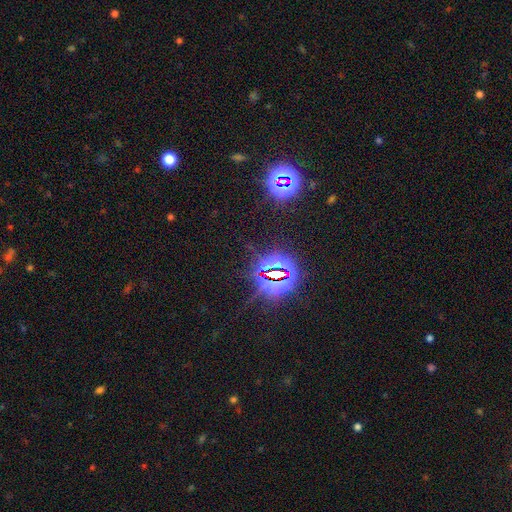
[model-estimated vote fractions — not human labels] This is clearly a star or artifact rather than a galaxy (83%).